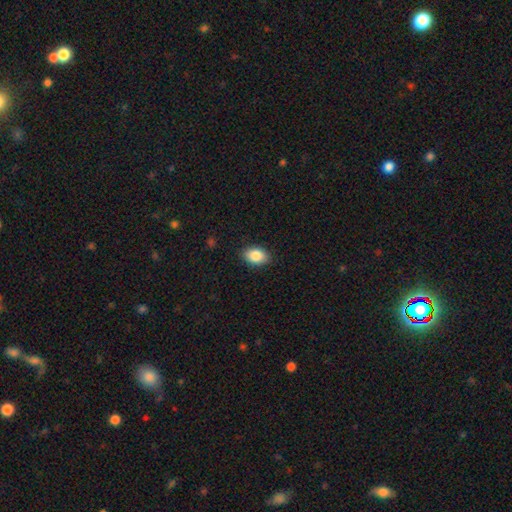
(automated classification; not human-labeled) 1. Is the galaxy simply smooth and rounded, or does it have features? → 86% smooth, 8% star or artifact, 6% featured or disk.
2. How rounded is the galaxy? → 85% in between, 13% round, 1% cigar-shaped.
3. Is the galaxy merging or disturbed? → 88% none, 9% minor disturbance, 2% major disturbance, 1% merger.